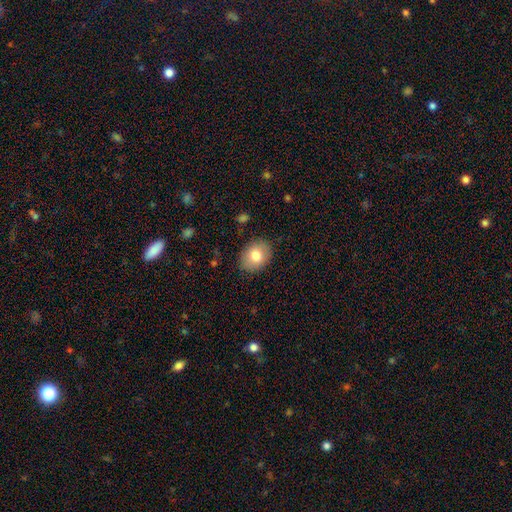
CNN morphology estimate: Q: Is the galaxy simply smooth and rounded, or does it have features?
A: smooth — 79%.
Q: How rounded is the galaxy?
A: in between — 65%.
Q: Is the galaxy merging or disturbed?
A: none — 86%.